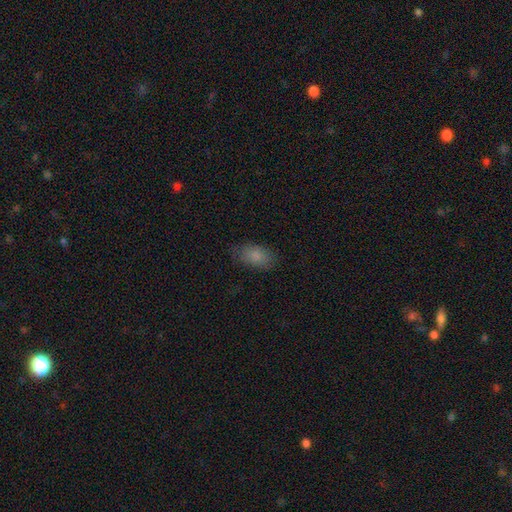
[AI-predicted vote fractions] A smooth galaxy with no disk features (84%) that is in between round and cigar-shaped (91%).

Vote fractions:
- Smooth or featured? smooth: 84% / star or artifact: 8% / featured or disk: 8%
- How rounded? in between: 91% / round: 6% / cigar-shaped: 3%
- Merging? none: 77% / minor disturbance: 17% / major disturbance: 5% / merger: 1%